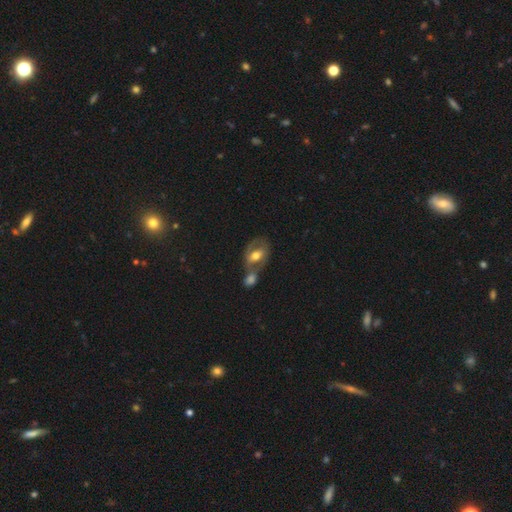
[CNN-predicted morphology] The model was most divided on "smooth or featured": featured or disk: 48%, smooth: 44%, star or artifact: 8%. Remaining: merging — merger (48%).